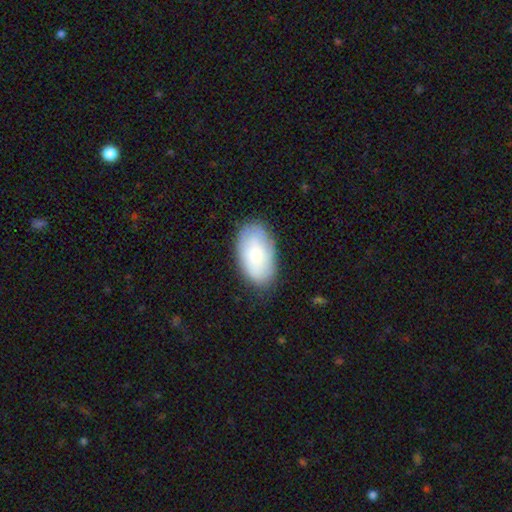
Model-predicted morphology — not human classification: Smooth or featured? smooth (74%)
How rounded? in between (95%)
Merging? none (80%)